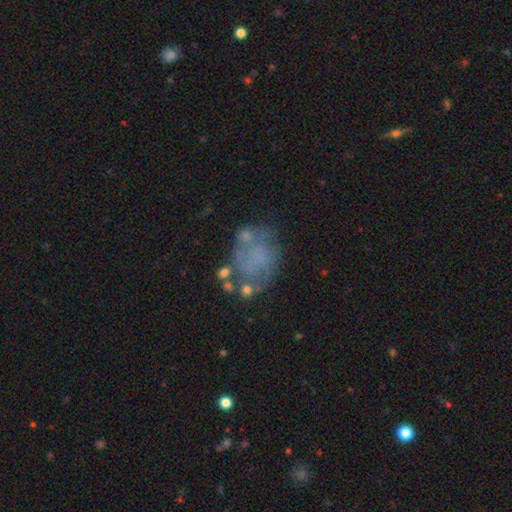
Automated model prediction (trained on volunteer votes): Q: Smooth or featured?
A: featured or disk (54%); runner-up: smooth (33%)
Q: Edge-on disk?
A: no (98%); runner-up: yes (2%)
Q: Bar?
A: no (88%); runner-up: weak (9%)
Q: Spiral arms?
A: no (72%); runner-up: yes (28%)
Q: Bulge size?
A: none (77%); runner-up: small (10%)
Q: Merging?
A: none (46%); runner-up: minor disturbance (22%)